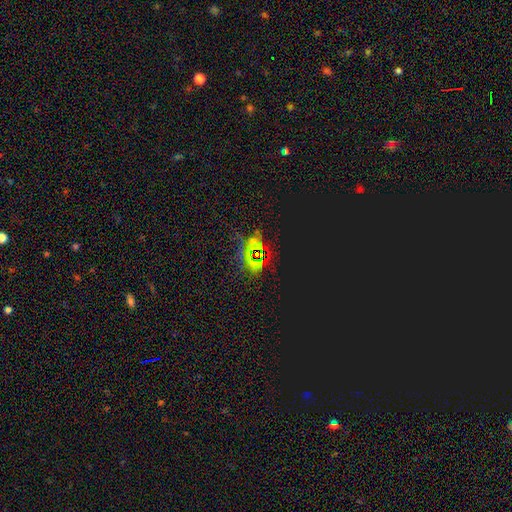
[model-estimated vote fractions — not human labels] The model was most divided on "smooth or featured": star or artifact: 80%, smooth: 11%, featured or disk: 9%.